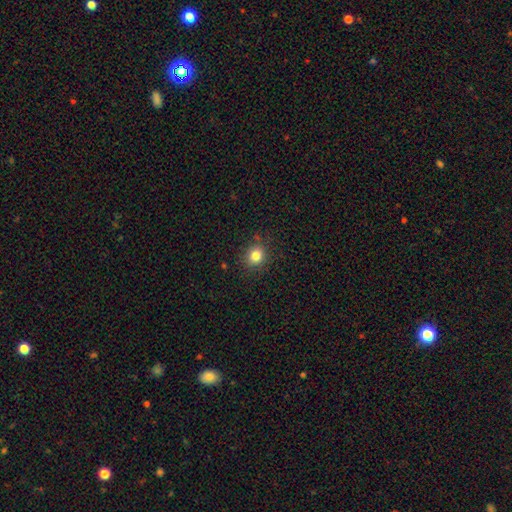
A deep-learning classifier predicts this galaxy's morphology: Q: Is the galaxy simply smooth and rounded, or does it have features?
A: smooth — 82%.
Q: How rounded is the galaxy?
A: round — 81%.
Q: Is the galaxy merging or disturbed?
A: none — 86%.